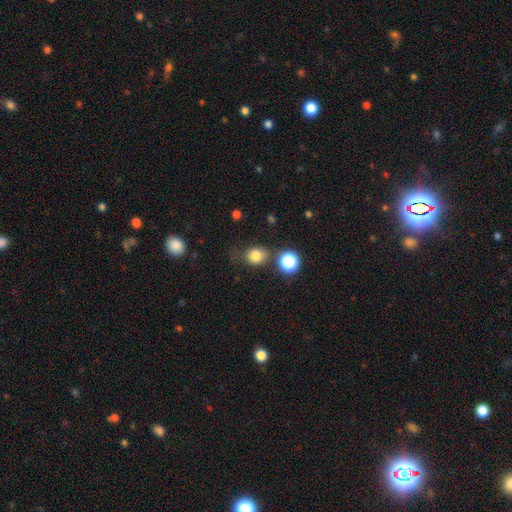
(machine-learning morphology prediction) A smooth galaxy with no disk features (79%) that is round (67%).

Vote fractions:
- Smooth or featured? smooth: 79% / star or artifact: 13% / featured or disk: 7%
- How rounded? round: 67% / in between: 32% / cigar-shaped: 1%
- Merging? none: 64% / minor disturbance: 20% / merger: 9% / major disturbance: 8%